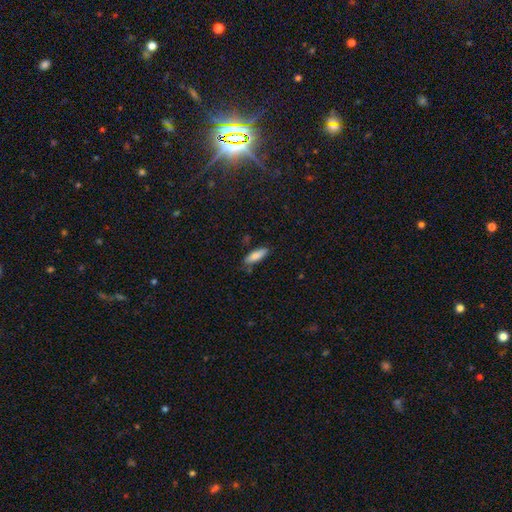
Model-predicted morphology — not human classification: Smooth or featured?
  - smooth: 83% *
  - featured or disk: 10%
  - star or artifact: 7%
How rounded?
  - in between: 53% *
  - cigar-shaped: 46%
  - round: 2%
Merging?
  - none: 77% *
  - minor disturbance: 17%
  - merger: 3%
  - major disturbance: 3%